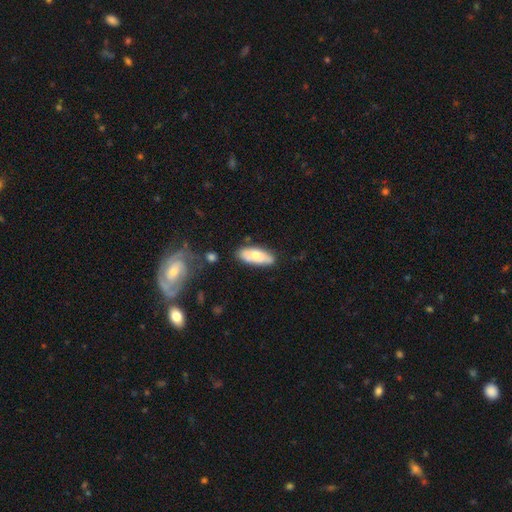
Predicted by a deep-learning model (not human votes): Q: Smooth or featured?
A: smooth (64%); runner-up: featured or disk (30%)
Q: How rounded?
A: in between (77%); runner-up: cigar-shaped (20%)
Q: Merging?
A: none (78%); runner-up: minor disturbance (15%)